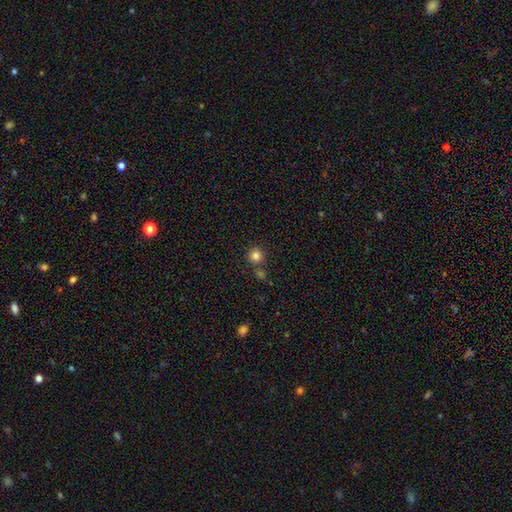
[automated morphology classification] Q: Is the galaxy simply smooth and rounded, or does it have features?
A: smooth — 83%.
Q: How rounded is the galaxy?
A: round — 94%.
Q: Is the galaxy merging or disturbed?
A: none — 77%.